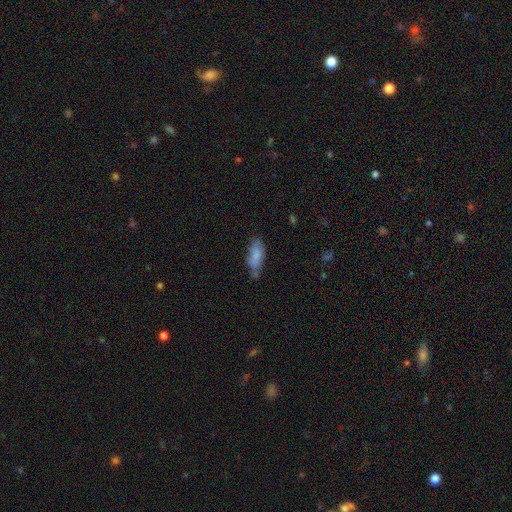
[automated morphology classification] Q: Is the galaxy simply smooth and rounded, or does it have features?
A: smooth — 75%.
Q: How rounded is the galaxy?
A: in between — 81%.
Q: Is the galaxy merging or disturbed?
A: none — 47%.